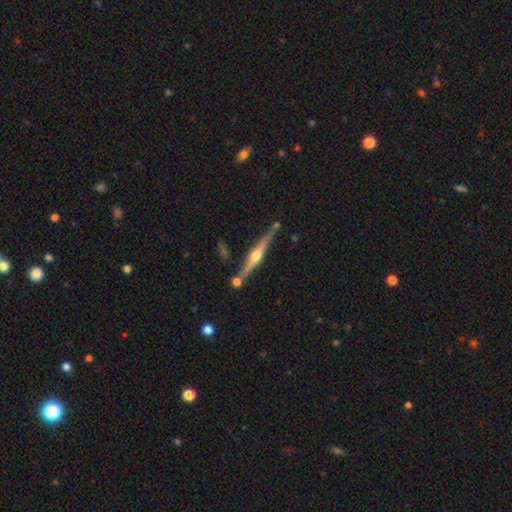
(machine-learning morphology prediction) Q: Smooth or featured?
A: featured or disk (83%); runner-up: smooth (11%)
Q: Edge-on disk?
A: yes (98%); runner-up: no (2%)
Q: Edge-on bulge?
A: rounded (94%); runner-up: boxy (3%)
Q: Merging?
A: none (79%); runner-up: minor disturbance (11%)